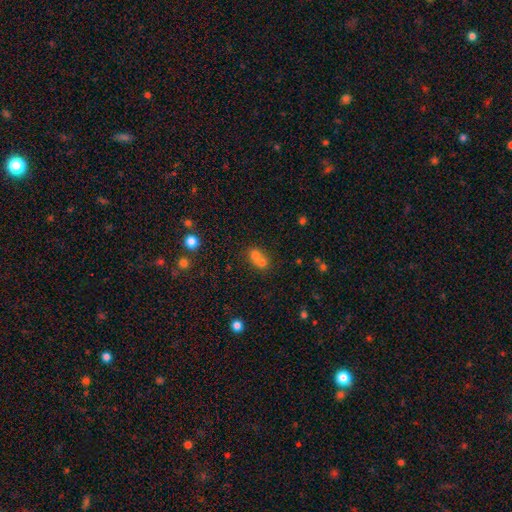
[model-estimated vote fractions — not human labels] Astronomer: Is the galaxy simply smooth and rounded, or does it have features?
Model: smooth — 69%.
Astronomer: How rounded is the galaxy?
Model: round — 69%.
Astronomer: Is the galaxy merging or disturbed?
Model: merger — 66%.